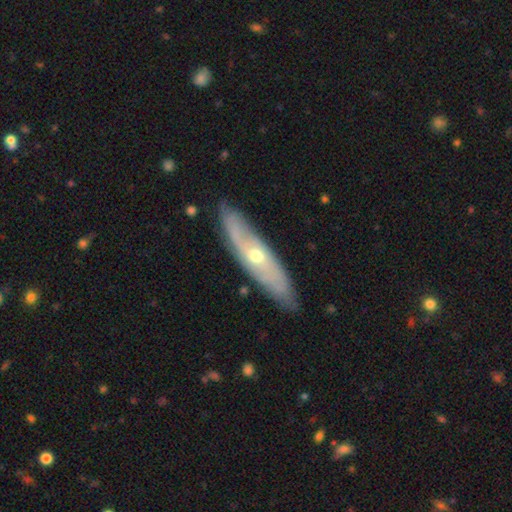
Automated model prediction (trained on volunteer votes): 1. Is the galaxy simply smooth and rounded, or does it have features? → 69% featured or disk, 24% smooth, 6% star or artifact.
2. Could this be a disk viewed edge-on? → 55% no, 45% yes.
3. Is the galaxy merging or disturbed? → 83% none, 13% minor disturbance, 2% major disturbance, 1% merger.